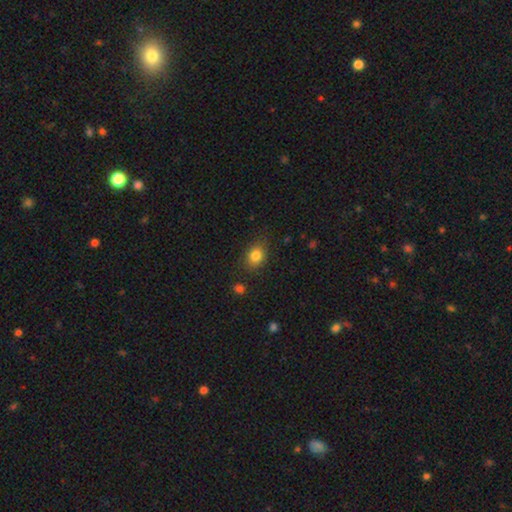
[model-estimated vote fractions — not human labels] Overall: smooth (82%). How rounded: in between (57%; round 42%). Merging: none (80%).